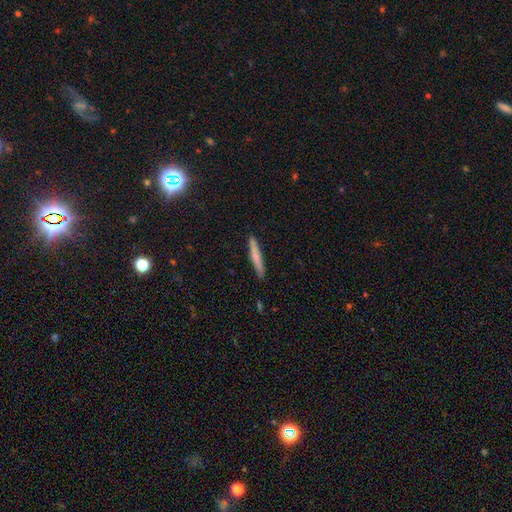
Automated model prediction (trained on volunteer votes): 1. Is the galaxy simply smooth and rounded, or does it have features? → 64% smooth, 30% featured or disk, 6% star or artifact.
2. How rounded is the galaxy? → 95% cigar-shaped, 3% in between, 1% round.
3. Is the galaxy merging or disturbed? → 90% none, 7% minor disturbance, 1% major disturbance, 1% merger.